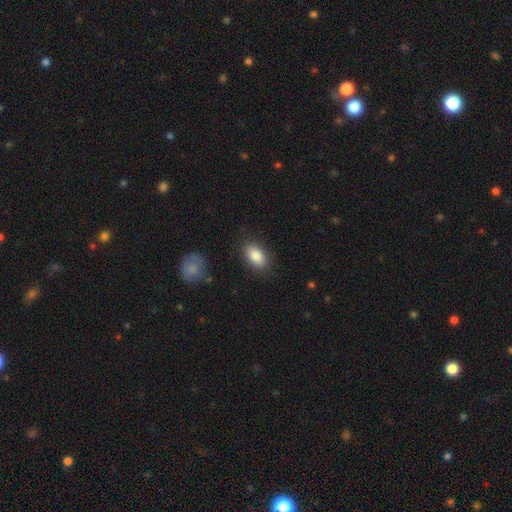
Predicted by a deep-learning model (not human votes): smooth_or_featured: smooth (p=0.86) [alt: star or artifact p=0.07]
how_rounded: in between (p=0.91) [alt: round p=0.06]
merging: none (p=0.85) [alt: minor disturbance p=0.11]